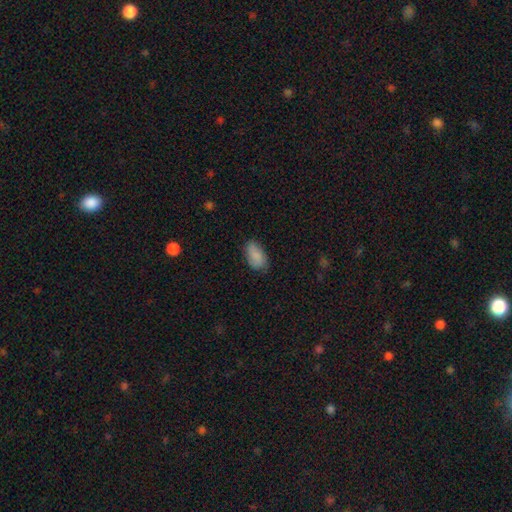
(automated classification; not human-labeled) Smooth or featured? smooth (85%)
How rounded? in between (93%)
Merging? none (74%)